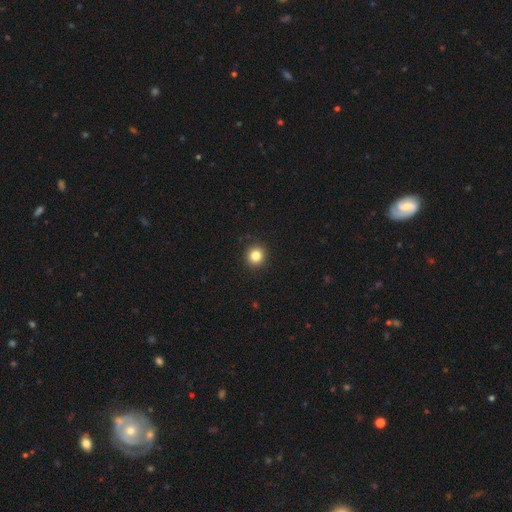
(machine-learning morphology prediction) A smooth galaxy with no disk features (83%) that is round (93%). Merging: none (92%).